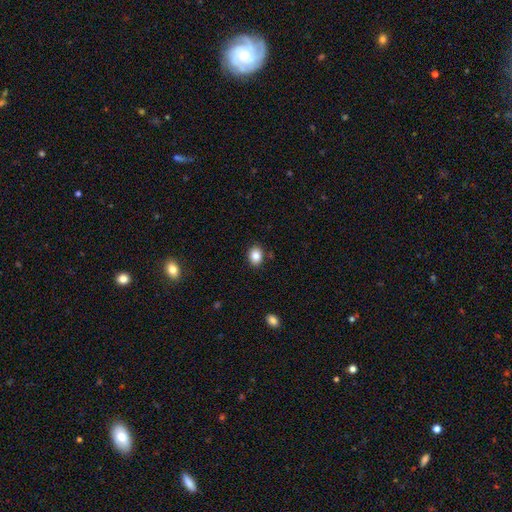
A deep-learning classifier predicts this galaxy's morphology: smooth_or_featured: smooth (p=0.84) [alt: star or artifact p=0.09]
how_rounded: in between (p=0.57) [alt: round p=0.42]
merging: none (p=0.87) [alt: minor disturbance p=0.09]